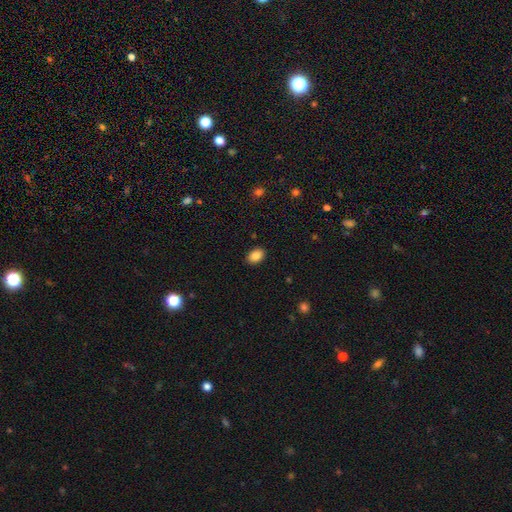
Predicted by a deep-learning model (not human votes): This appears to be a smooth galaxy with no disk features (87%) that is in between round and cigar-shaped (79%). Merging: none (89%).